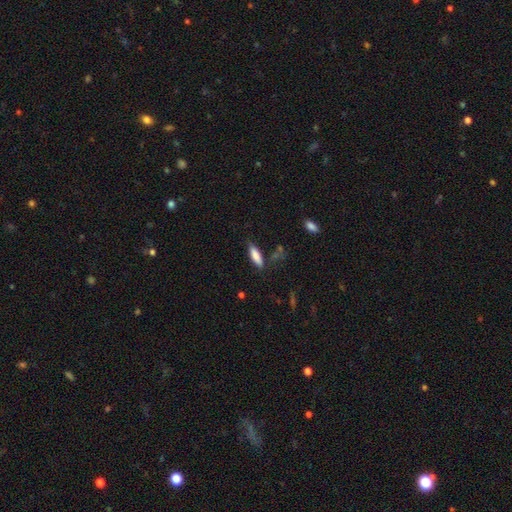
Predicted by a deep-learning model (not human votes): smooth-or-featured: smooth: 81% | featured or disk: 12% | star or artifact: 7%
  how-rounded: cigar-shaped: 53% | in between: 46% | round: 2%
  merging: none: 74% | minor disturbance: 18% | major disturbance: 4% | merger: 4%